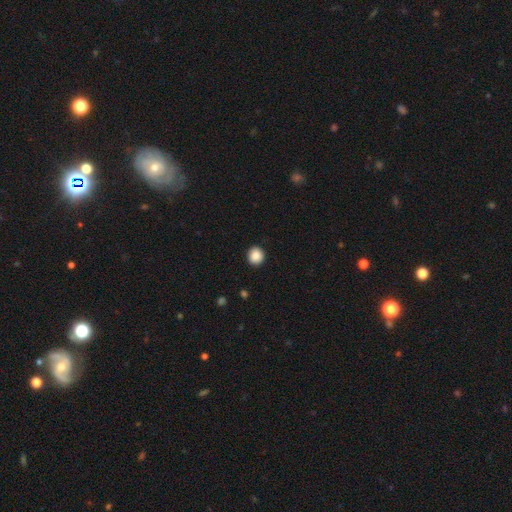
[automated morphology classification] This appears to be a smooth galaxy with no disk features (87%) that is round (90%). Merging: none (92%).